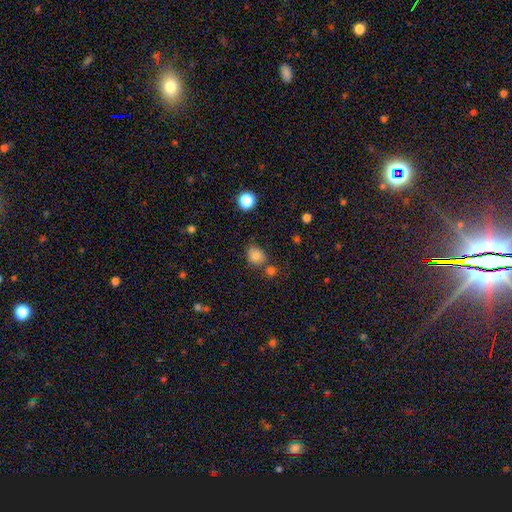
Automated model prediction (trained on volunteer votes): Smooth or featured: smooth — 80% (star or artifact — 13%)
How rounded: round — 67% (in between — 32%)
Merging: none — 64% (minor disturbance — 18%)